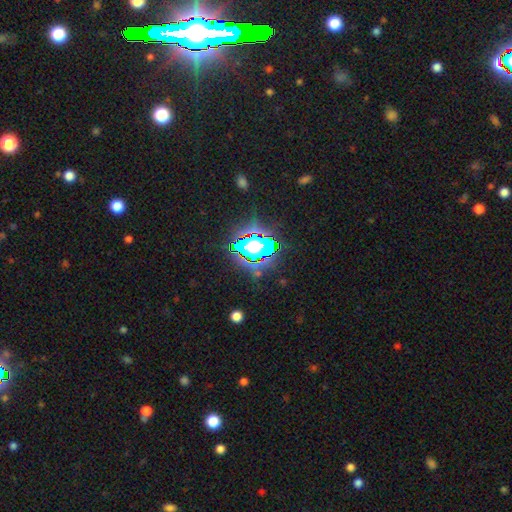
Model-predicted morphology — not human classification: smooth-or-featured: star or artifact: 80% | smooth: 12% | featured or disk: 8%